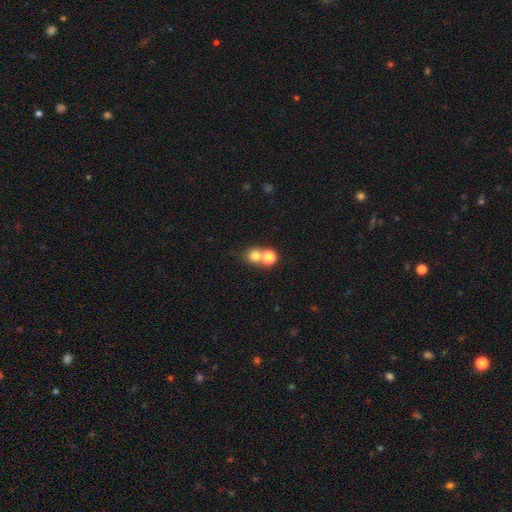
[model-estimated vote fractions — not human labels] Smooth or featured? Predicted: smooth (p=0.75). How rounded? Predicted: round (p=0.86). Merging? Predicted: none (p=0.49).